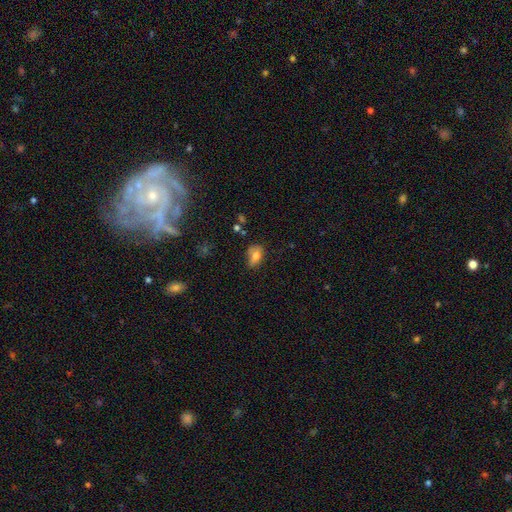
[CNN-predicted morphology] smooth_or_featured: smooth (p=0.75) [alt: featured or disk p=0.15]
how_rounded: in between (p=0.81) [alt: round p=0.15]
merging: none (p=0.46) [alt: minor disturbance p=0.36]